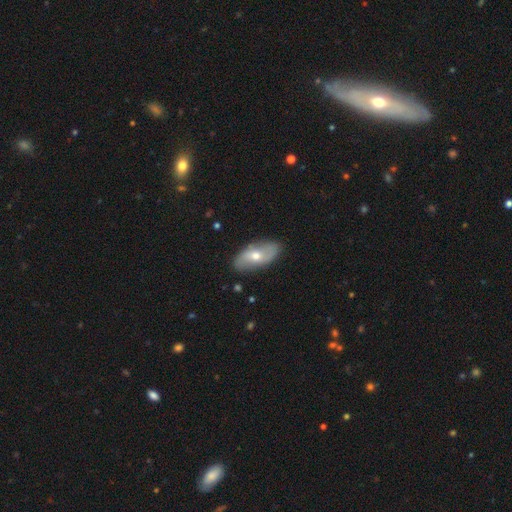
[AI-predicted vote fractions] Q: Smooth or featured?
A: featured or disk (49%); runner-up: smooth (45%)
Q: Merging?
A: none (83%); runner-up: minor disturbance (13%)